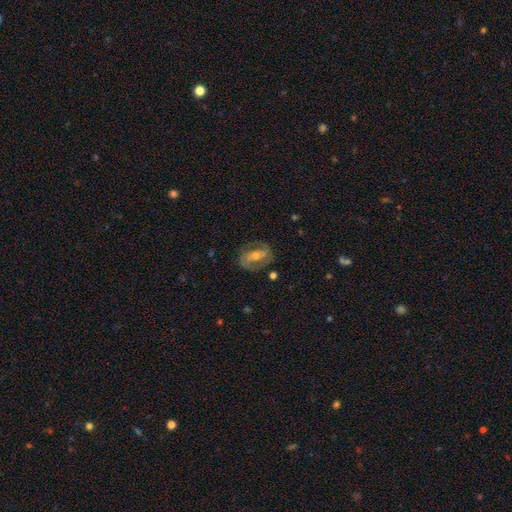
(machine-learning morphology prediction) Overall: featured or disk (74%). Edge-on disk: no (93%). Bar: strong (45%; weak 33%). Spiral arms: yes (83%). Spiral arm count: 2 (83%). Spiral winding: medium (43%; tight 33%). Bulge size: moderate (53%; small 42%). Merging: none (77%).